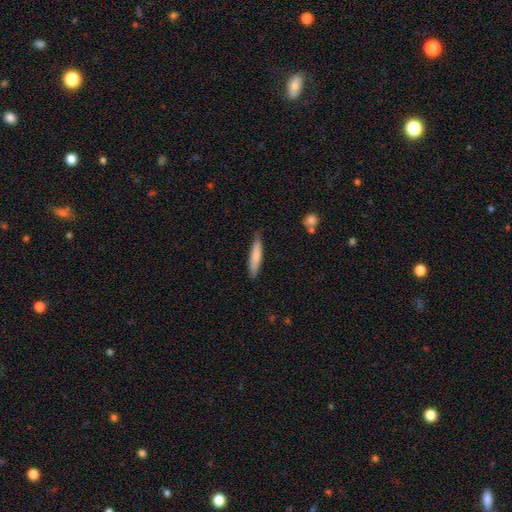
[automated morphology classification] Smooth or featured? Predicted: smooth (p=0.78). How rounded? Predicted: cigar-shaped (p=0.82). Merging? Predicted: none (p=0.78).